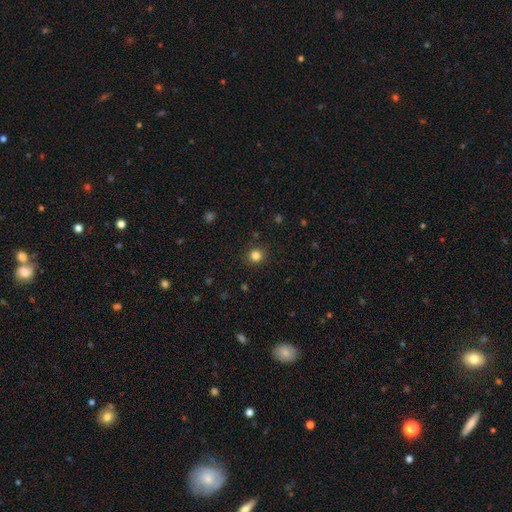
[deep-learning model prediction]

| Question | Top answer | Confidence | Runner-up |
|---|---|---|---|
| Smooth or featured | smooth | 82% | star or artifact (13%) |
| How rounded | round | 90% | in between (9%) |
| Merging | none | 90% | minor disturbance (7%) |